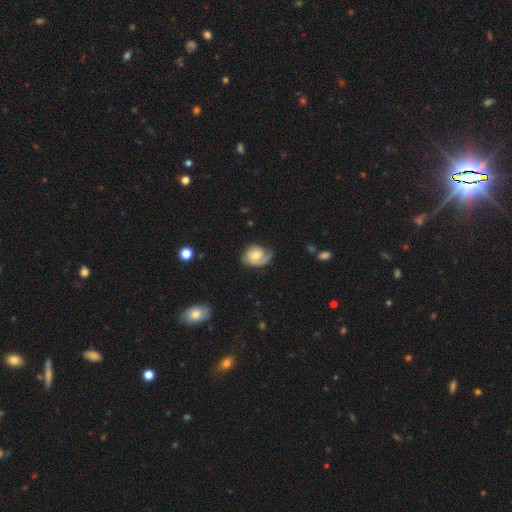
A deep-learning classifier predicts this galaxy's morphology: Q: Smooth or featured?
A: featured or disk (67%); runner-up: smooth (26%)
Q: Edge-on disk?
A: no (97%); runner-up: yes (3%)
Q: Bar?
A: no (68%); runner-up: weak (28%)
Q: Spiral arms?
A: yes (91%); runner-up: no (9%)
Q: Spiral winding?
A: tight (46%); runner-up: medium (35%)
Q: Spiral arm count?
A: 1 (59%); runner-up: 2 (27%)
Q: Bulge size?
A: moderate (52%); runner-up: small (39%)
Q: Merging?
A: none (58%); runner-up: minor disturbance (25%)